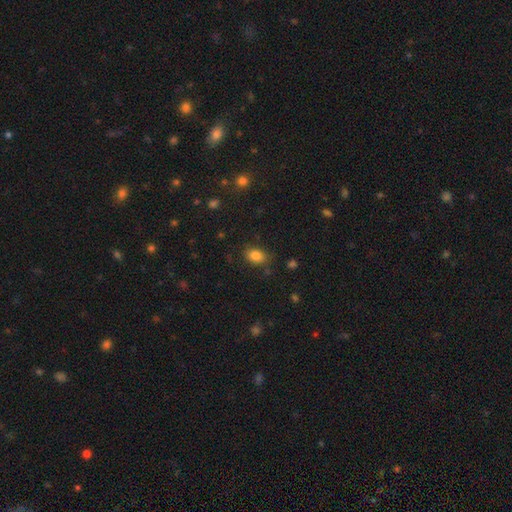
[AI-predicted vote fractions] Smooth or featured? Predicted: smooth (p=0.84). How rounded? Predicted: in between (p=0.75). Merging? Predicted: none (p=0.80).